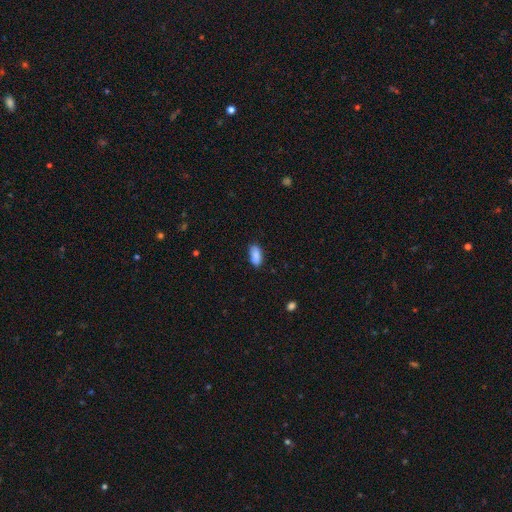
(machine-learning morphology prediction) Smooth or featured: smooth — 88% (star or artifact — 7%)
How rounded: in between — 89% (cigar-shaped — 9%)
Merging: none — 79% (minor disturbance — 17%)